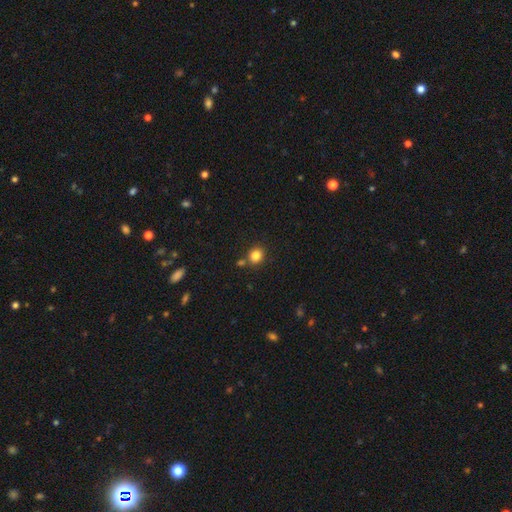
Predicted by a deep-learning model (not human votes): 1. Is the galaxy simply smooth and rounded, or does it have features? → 83% smooth, 12% star or artifact, 5% featured or disk.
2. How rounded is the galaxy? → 75% round, 24% in between, 1% cigar-shaped.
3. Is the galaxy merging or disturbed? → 77% none, 11% merger, 10% minor disturbance, 3% major disturbance.